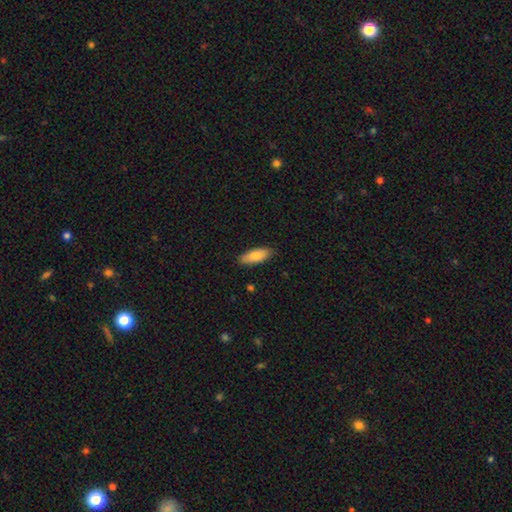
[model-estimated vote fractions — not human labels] Smooth or featured? smooth (82%)
How rounded? in between (77%)
Merging? none (86%)